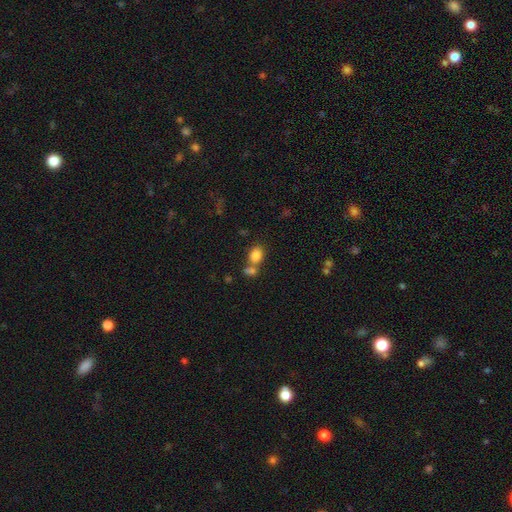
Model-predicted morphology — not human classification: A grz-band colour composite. It shows a smooth galaxy with no disk features (83%) that is in between round and cigar-shaped (64%). Merging: none (49%).